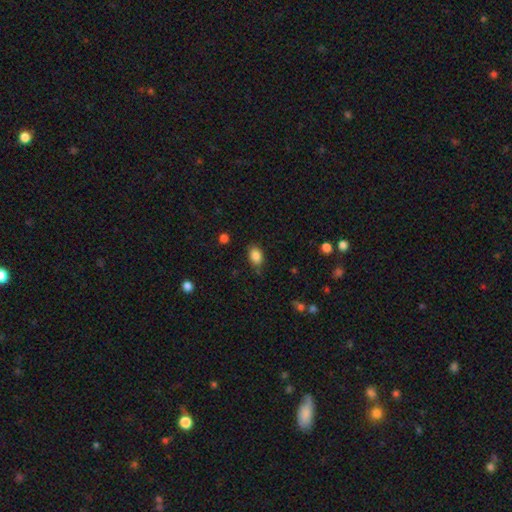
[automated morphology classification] The model was most divided on "merging": none: 78%, minor disturbance: 17%, major disturbance: 3%, merger: 2%. More confident: smooth or featured — smooth (86%); how rounded — in between (82%).